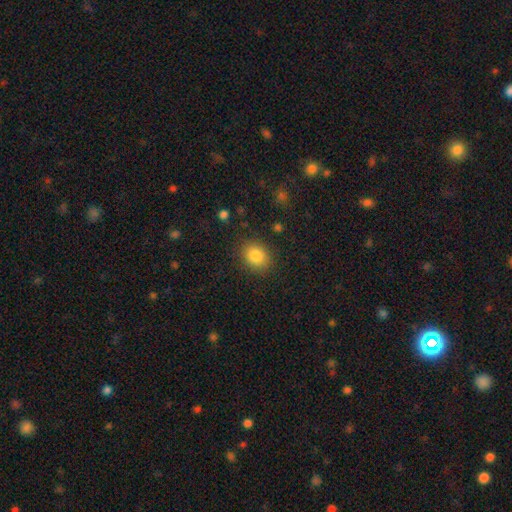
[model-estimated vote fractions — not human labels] Morphology: type=smooth (85%); roundness=round (54%); merging=none (86%).